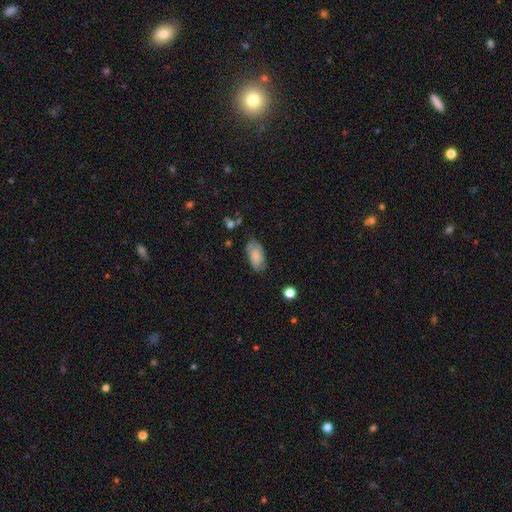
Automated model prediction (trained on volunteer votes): Overall: smooth (66%; featured or disk 26%). How rounded: in between (93%). Merging: none (67%).